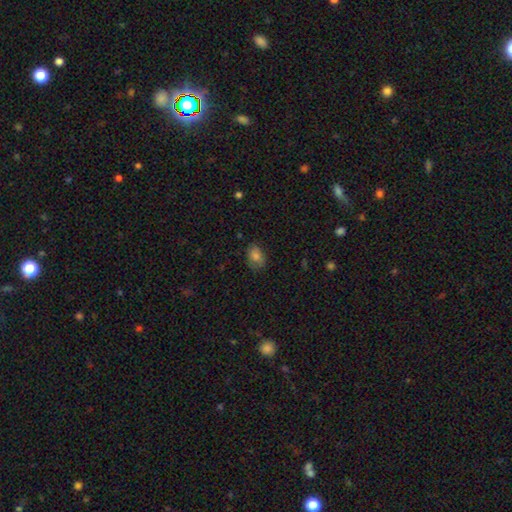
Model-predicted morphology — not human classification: Overall: smooth (79%). How rounded: in between (76%). Merging: none (74%).